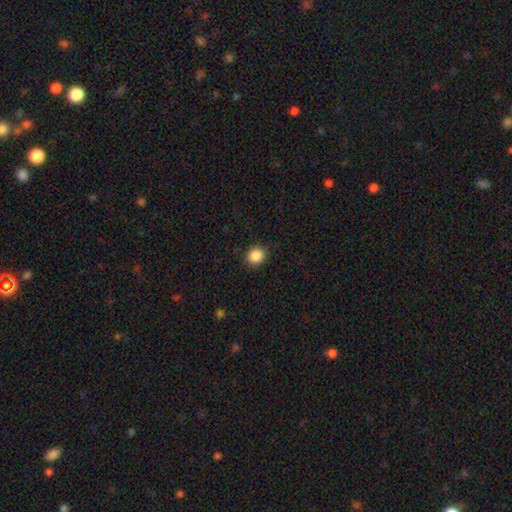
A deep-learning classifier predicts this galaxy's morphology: Q: Smooth or featured?
A: smooth (87%); runner-up: star or artifact (10%)
Q: How rounded?
A: round (81%); runner-up: in between (18%)
Q: Merging?
A: none (89%); runner-up: minor disturbance (7%)